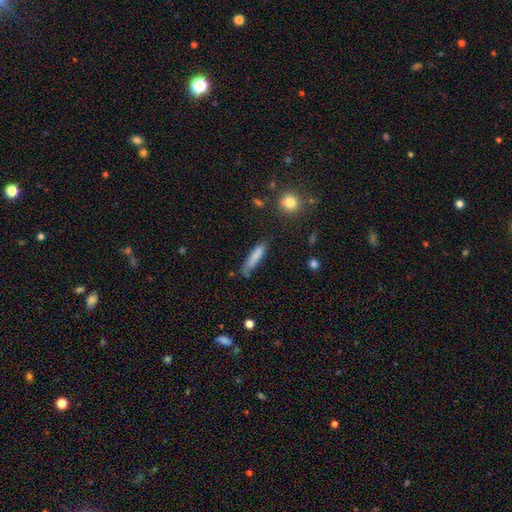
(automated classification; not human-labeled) Morphology: type=smooth (79%); roundness=cigar-shaped (85%); merging=none (61%).